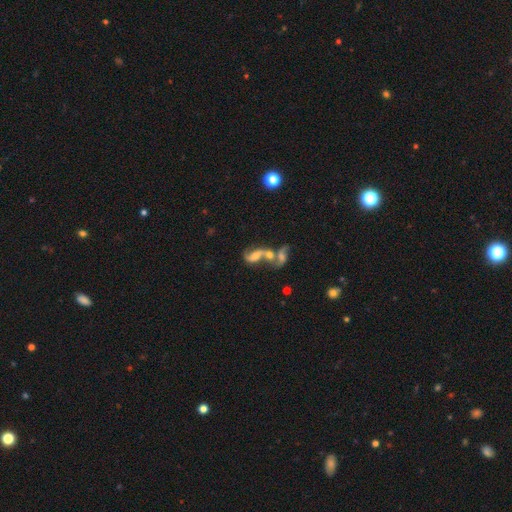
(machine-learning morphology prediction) Smooth or featured: featured or disk — 64% (smooth — 25%)
Edge-on disk: no — 94% (yes — 6%)
Bar: no — 56% (weak — 33%)
Spiral arms: yes — 78% (no — 22%)
Bulge size: moderate — 41% (small — 29%)
Merging: merger — 67% (none — 17%)